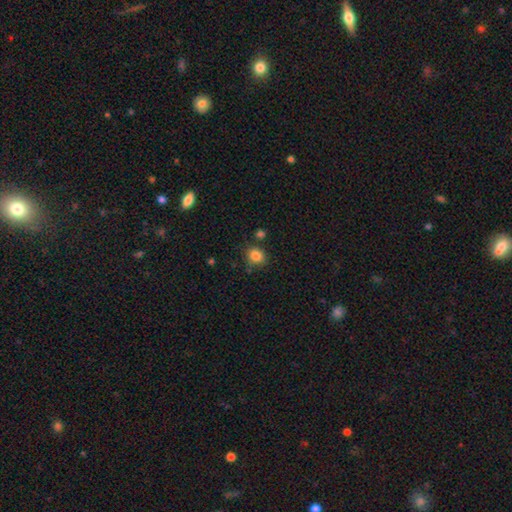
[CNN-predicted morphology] Q: Smooth or featured?
A: smooth (84%); runner-up: star or artifact (11%)
Q: How rounded?
A: round (66%); runner-up: in between (33%)
Q: Merging?
A: none (78%); runner-up: minor disturbance (12%)